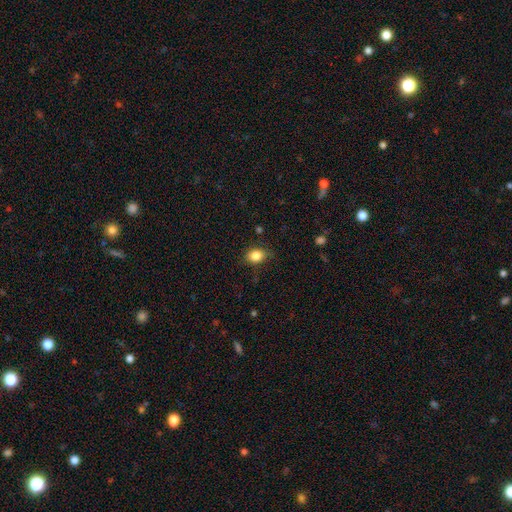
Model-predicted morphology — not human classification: Q: Smooth or featured?
A: smooth (84%); runner-up: star or artifact (10%)
Q: How rounded?
A: in between (61%); runner-up: round (38%)
Q: Merging?
A: none (75%); runner-up: minor disturbance (19%)